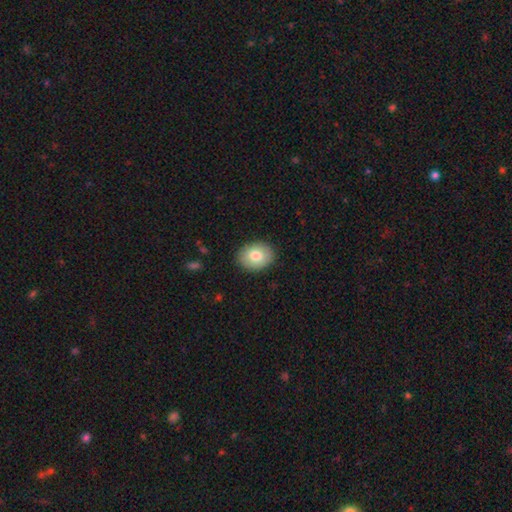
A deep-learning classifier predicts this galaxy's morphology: Overall: smooth (79%). How rounded: in between (61%; round 39%). Merging: none (89%).